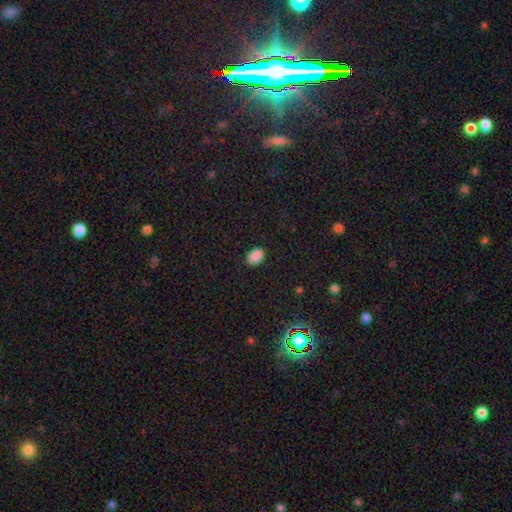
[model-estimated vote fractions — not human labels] A smooth galaxy with no disk features (88%) that is in between round and cigar-shaped (83%).

Vote fractions:
- Smooth or featured? smooth: 88% / star or artifact: 9% / featured or disk: 3%
- How rounded? in between: 83% / round: 16% / cigar-shaped: 1%
- Merging? none: 87% / minor disturbance: 10% / major disturbance: 2% / merger: 1%